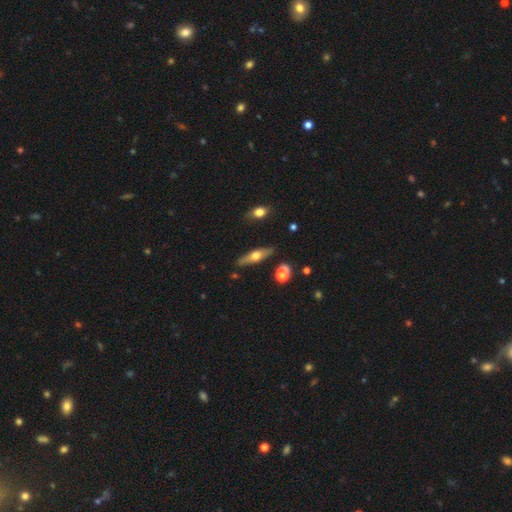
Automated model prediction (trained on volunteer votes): The model was most divided on "smooth or featured": featured or disk: 51%, smooth: 42%, star or artifact: 7%. More confident: edge-on disk — yes (86%); merging — none (82%).